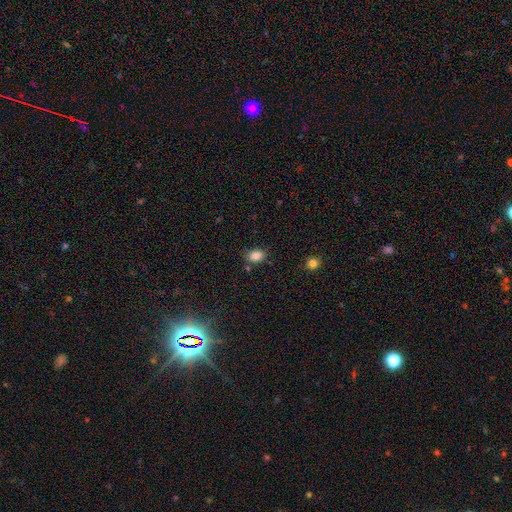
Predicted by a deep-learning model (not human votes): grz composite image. It shows a smooth galaxy with no disk features (85%) that is in between round and cigar-shaped (68%). Merging: none (79%).